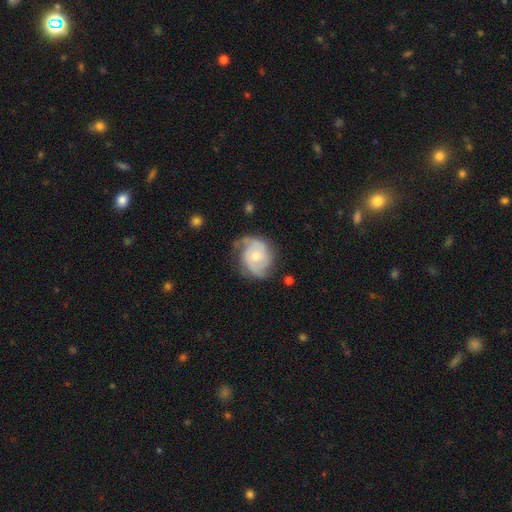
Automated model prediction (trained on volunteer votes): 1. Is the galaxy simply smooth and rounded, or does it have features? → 71% featured or disk, 23% smooth, 6% star or artifact.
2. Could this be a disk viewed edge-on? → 97% no, 3% yes.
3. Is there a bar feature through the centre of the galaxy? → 69% no, 27% weak, 4% strong.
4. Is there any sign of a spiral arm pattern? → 91% yes, 9% no.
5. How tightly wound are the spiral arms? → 43% medium, 35% tight, 22% loose.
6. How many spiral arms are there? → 67% 2, 14% can't tell, 8% 3, 6% 1, 2% 4, 2% more than 4.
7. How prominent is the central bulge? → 51% moderate, 41% small, 4% large, 3% none, 1% dominant.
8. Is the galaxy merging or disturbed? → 59% none, 27% minor disturbance, 12% major disturbance, 2% merger.